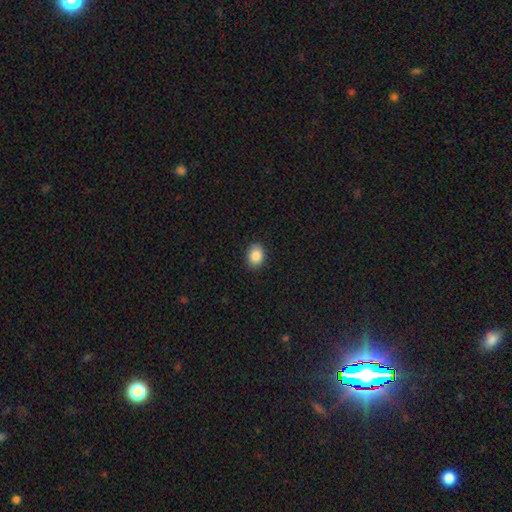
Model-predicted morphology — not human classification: This appears to be a smooth galaxy with no disk features (87%) that is in between round and cigar-shaped (65%). Merging: none (90%).